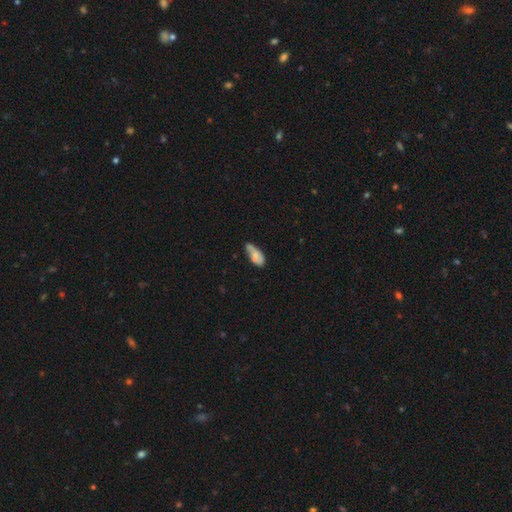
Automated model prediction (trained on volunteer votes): A smooth galaxy with no disk features (70%) that is in between round and cigar-shaped (82%). Merging: minor disturbance (38%).